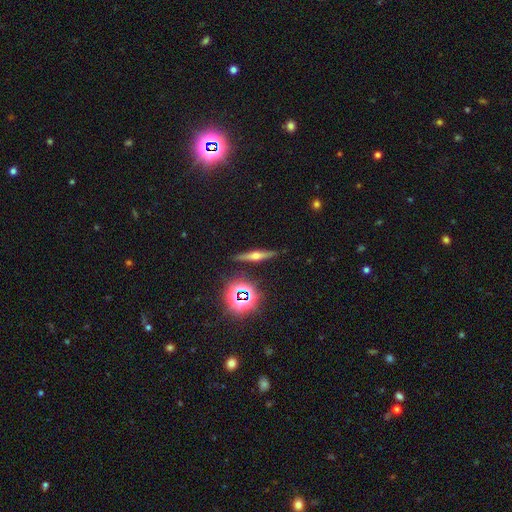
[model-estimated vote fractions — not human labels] Smooth or featured? Predicted: featured or disk (p=0.54). Edge-on disk? Predicted: yes (p=0.94). Edge-on bulge? Predicted: rounded (p=0.89). Merging? Predicted: none (p=0.88).